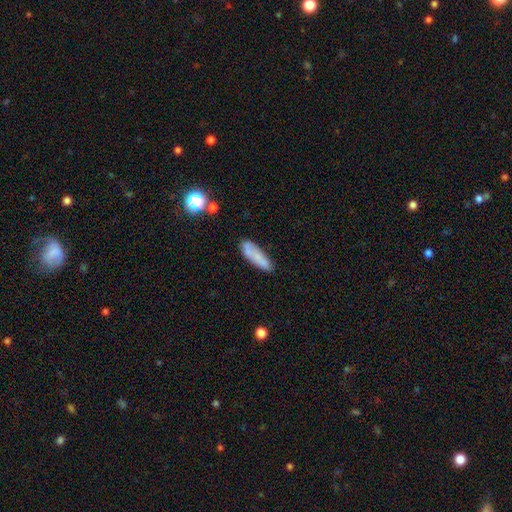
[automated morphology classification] type=smooth (68%); roundness=cigar-shaped (60%); merging=none (65%).